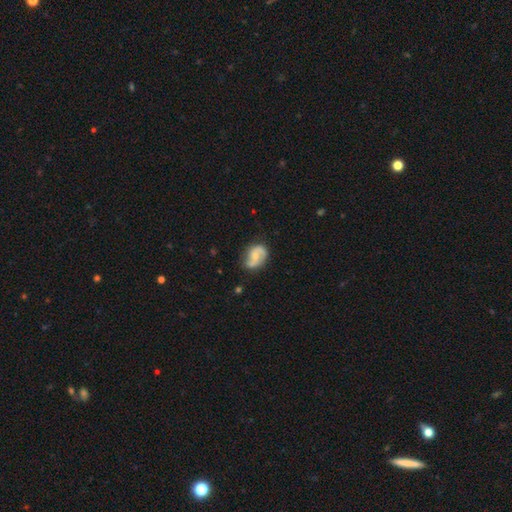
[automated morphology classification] Smooth or featured? featured or disk (72%)
Edge-on disk? no (98%)
Bar? no (56%)
Spiral arms? yes (92%)
Spiral winding? medium (45%)
Spiral arm count? 2 (86%)
Bulge size? small (47%)
Merging? none (68%)